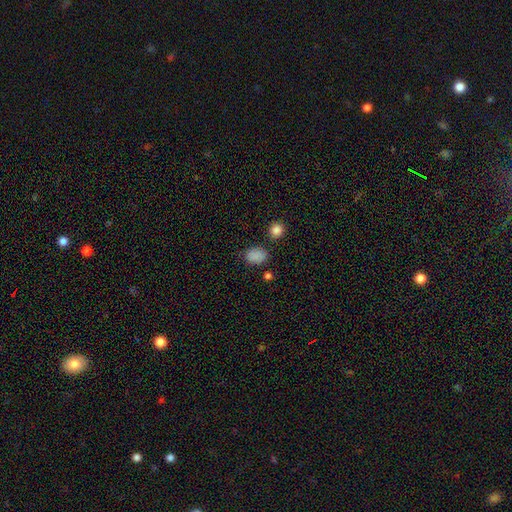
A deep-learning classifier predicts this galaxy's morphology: Overall: smooth (83%). How rounded: in between (70%). Merging: none (77%).